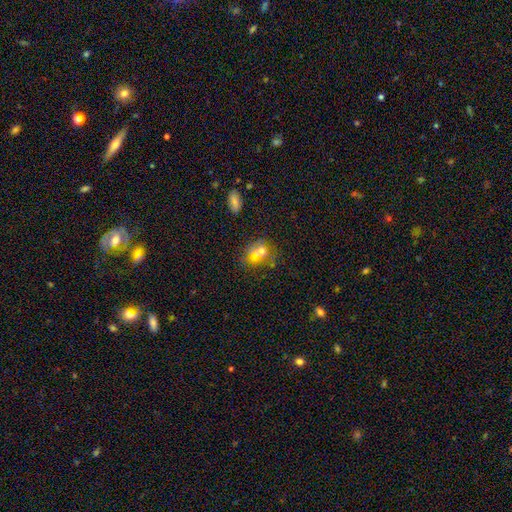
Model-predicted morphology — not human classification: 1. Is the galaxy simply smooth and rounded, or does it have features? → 54% smooth, 25% featured or disk, 20% star or artifact.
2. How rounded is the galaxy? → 57% round, 41% in between, 2% cigar-shaped.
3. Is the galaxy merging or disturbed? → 41% none, 38% merger, 12% minor disturbance, 8% major disturbance.